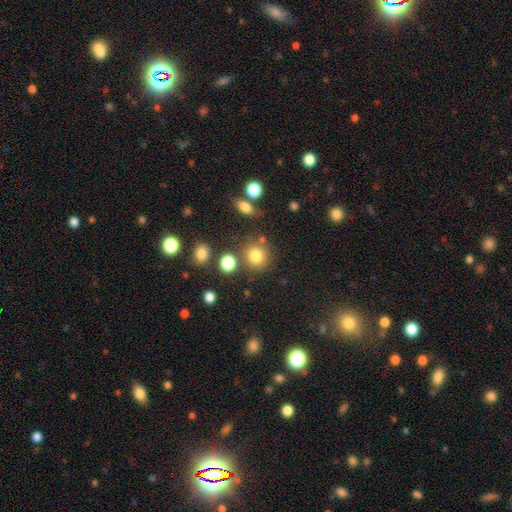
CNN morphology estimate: Smooth or featured: smooth — 80% (star or artifact — 13%)
How rounded: round — 86% (in between — 13%)
Merging: none — 75% (minor disturbance — 11%)